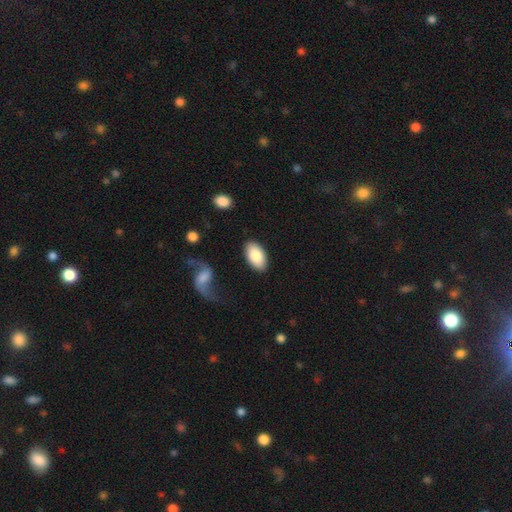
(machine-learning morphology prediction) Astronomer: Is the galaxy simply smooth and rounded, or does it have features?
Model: smooth — 84%.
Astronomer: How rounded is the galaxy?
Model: in between — 95%.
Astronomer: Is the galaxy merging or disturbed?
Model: none — 84%.